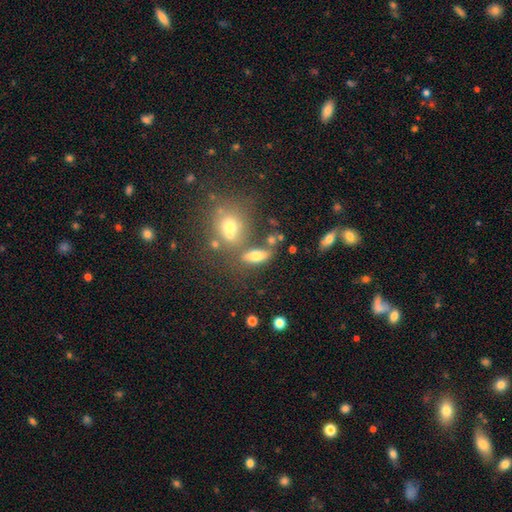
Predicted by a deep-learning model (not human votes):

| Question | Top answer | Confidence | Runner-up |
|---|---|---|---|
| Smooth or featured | smooth | 68% | featured or disk (19%) |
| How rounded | in between | 72% | cigar-shaped (20%) |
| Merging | none | 60% | merger (19%) |